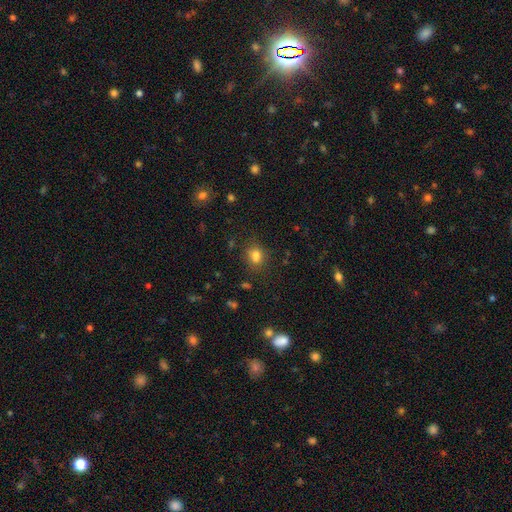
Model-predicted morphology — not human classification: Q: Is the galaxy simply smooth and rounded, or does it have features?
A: smooth — 78%.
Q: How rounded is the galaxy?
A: round — 56%.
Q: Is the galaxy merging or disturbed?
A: none — 71%.